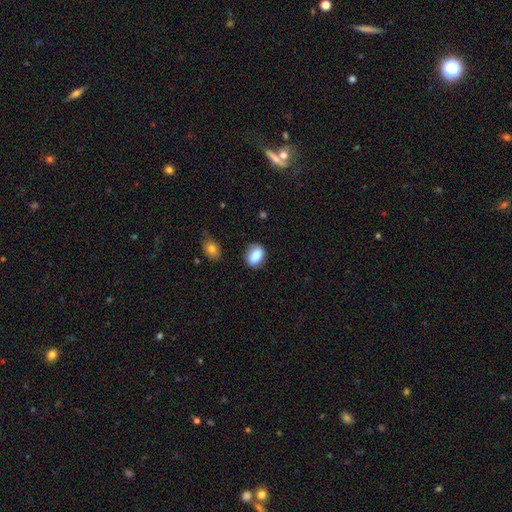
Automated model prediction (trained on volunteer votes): The model was most divided on "how rounded": in between: 77%, round: 21%, cigar-shaped: 2%. More confident: smooth or featured — smooth (86%); merging — none (77%).